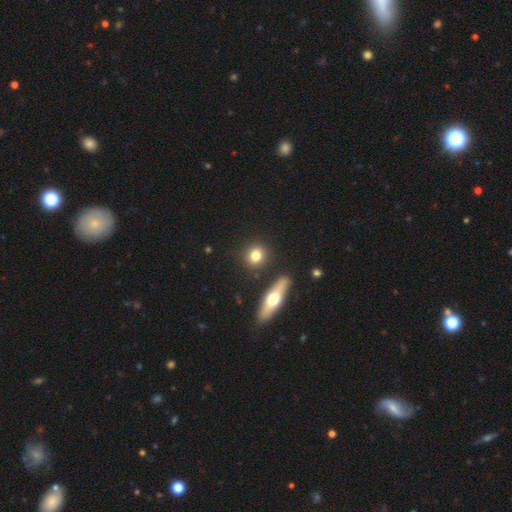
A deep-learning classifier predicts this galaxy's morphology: smooth 79%, featured or disk 12%, star or artifact 9%. Down the decision tree: how rounded — round (82%); merging — none (86%).